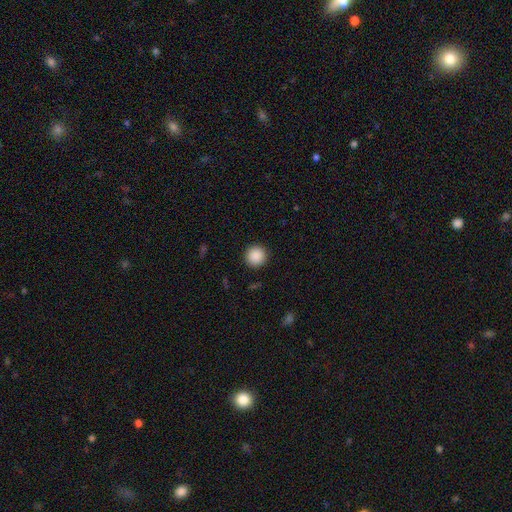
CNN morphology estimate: type=smooth (89%); roundness=round (96%); merging=none (92%).